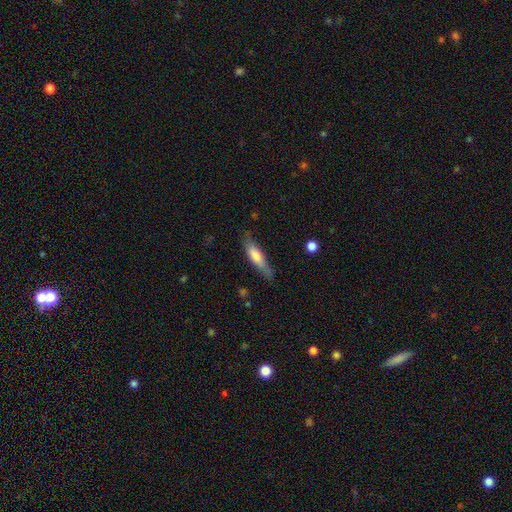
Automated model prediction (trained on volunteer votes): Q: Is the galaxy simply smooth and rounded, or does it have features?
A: smooth — 66%.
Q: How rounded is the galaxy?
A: cigar-shaped — 71%.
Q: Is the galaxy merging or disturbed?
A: none — 72%.